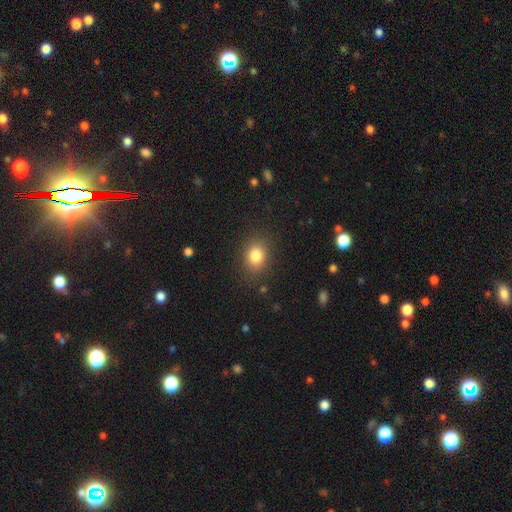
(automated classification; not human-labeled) Smooth or featured? smooth (82%)
How rounded? in between (50%)
Merging? none (84%)